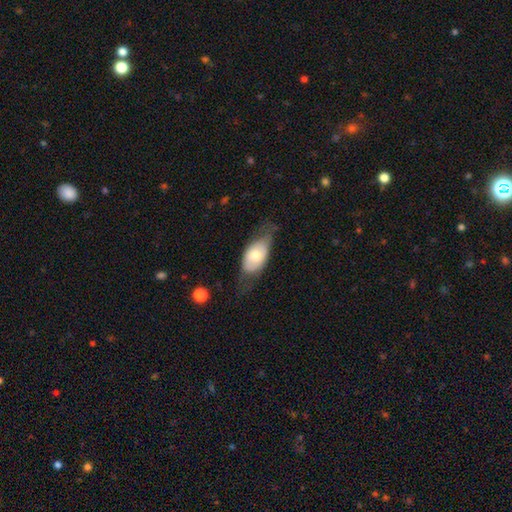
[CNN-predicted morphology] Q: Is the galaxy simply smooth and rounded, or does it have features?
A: smooth — 62%.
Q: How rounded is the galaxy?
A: in between — 90%.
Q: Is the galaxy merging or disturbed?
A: none — 50%.